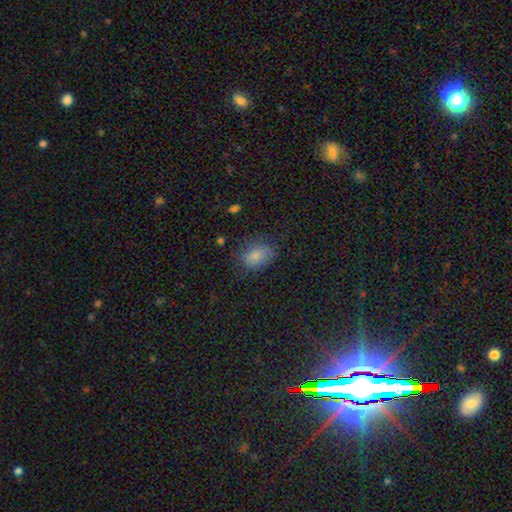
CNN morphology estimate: A smooth galaxy with no disk features (83%) that is in between round and cigar-shaped (76%).

Vote fractions:
- Smooth or featured? smooth: 83% / star or artifact: 10% / featured or disk: 7%
- How rounded? in between: 76% / round: 22% / cigar-shaped: 1%
- Merging? none: 72% / minor disturbance: 19% / major disturbance: 7% / merger: 2%